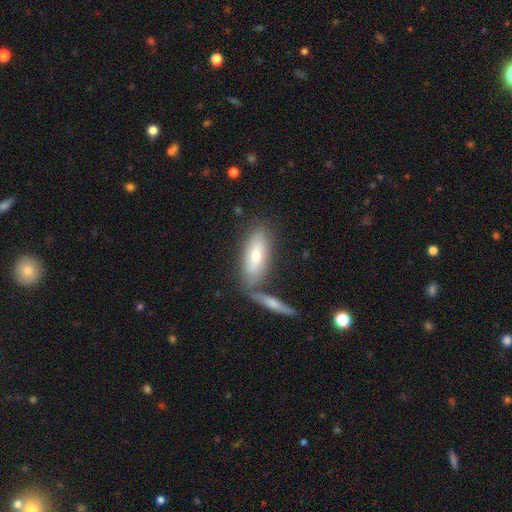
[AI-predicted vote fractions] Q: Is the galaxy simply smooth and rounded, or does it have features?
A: smooth — 66%.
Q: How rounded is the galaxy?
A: in between — 70%.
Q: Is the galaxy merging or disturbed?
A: none — 61%.